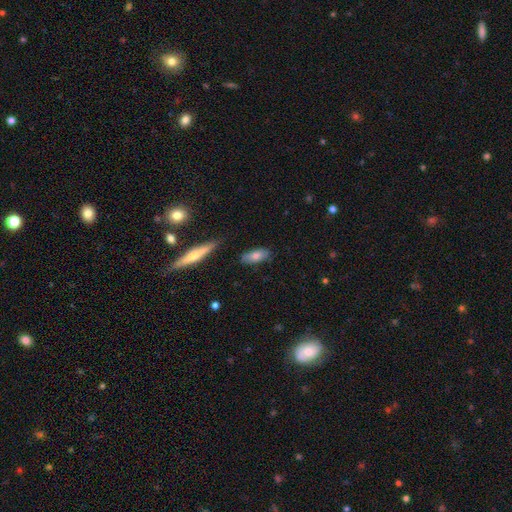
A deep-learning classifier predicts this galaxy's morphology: The model was most divided on "smooth or featured": smooth: 72%, featured or disk: 21%, star or artifact: 7%. More confident: merging — none (77%); how rounded — in between (75%).